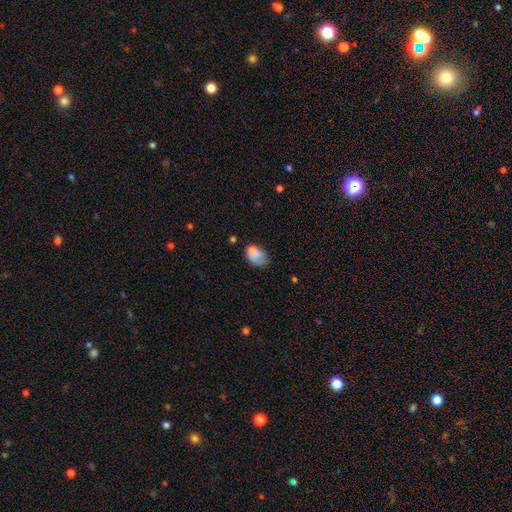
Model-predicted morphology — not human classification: This appears to be a smooth galaxy with no disk features (74%) that is in between round and cigar-shaped (79%). Merging: minor disturbance (36%).